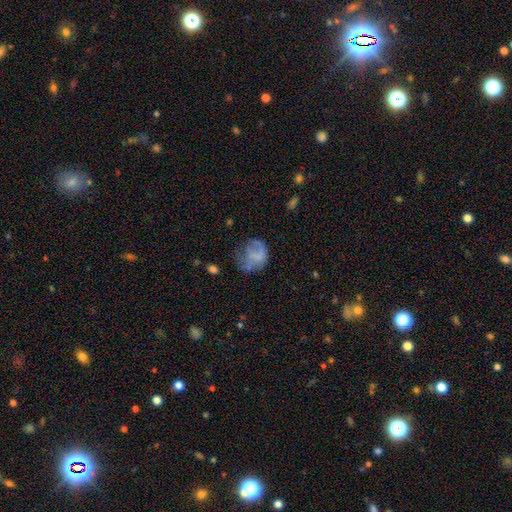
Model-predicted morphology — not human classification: A smooth galaxy with no disk features (59%) that is round (65%). Merging: none (39%).